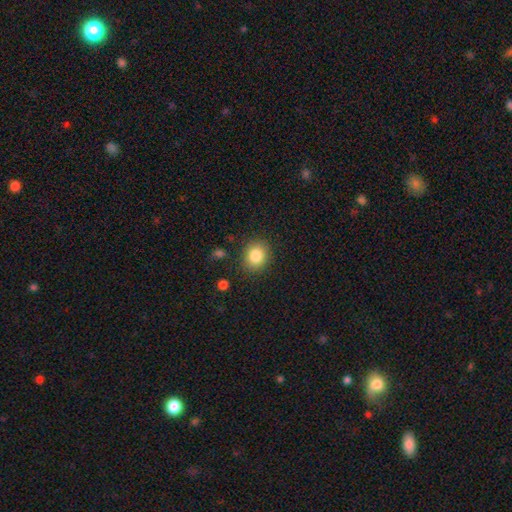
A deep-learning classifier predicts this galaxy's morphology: The model was most divided on "how rounded": round: 67%, in between: 32%, cigar-shaped: 1%. More confident: merging — none (86%); smooth or featured — smooth (85%).